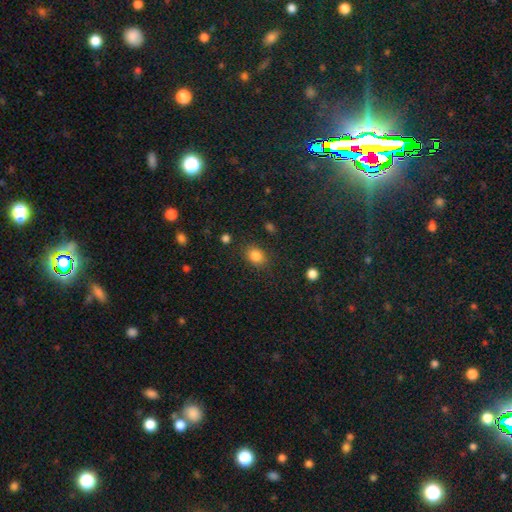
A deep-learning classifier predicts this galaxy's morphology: smooth 84%, star or artifact 11%, featured or disk 5%. Down the decision tree: how rounded — in between (55%); merging — none (83%).